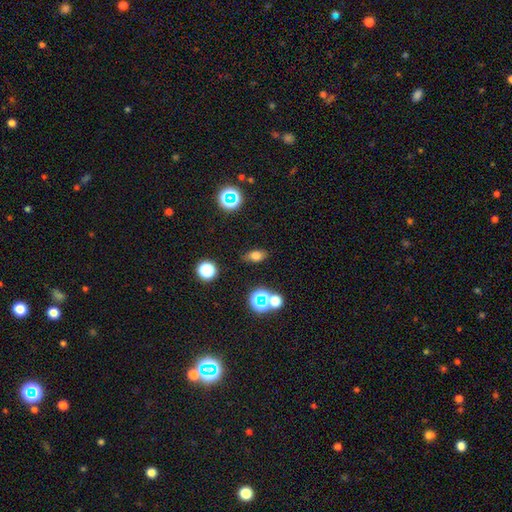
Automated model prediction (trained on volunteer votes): This appears to be a smooth galaxy with no disk features (72%) that is in between round and cigar-shaped (79%). Merging: none (81%).